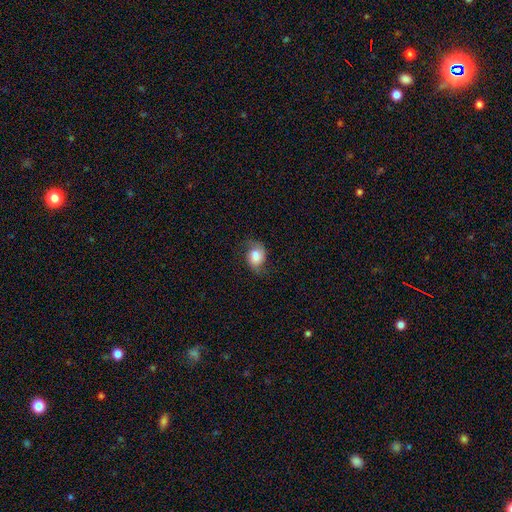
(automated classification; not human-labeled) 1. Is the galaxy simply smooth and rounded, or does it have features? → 59% smooth, 32% featured or disk, 9% star or artifact.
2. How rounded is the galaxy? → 54% in between, 44% round, 1% cigar-shaped.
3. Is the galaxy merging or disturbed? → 62% none, 25% minor disturbance, 12% major disturbance, 1% merger.